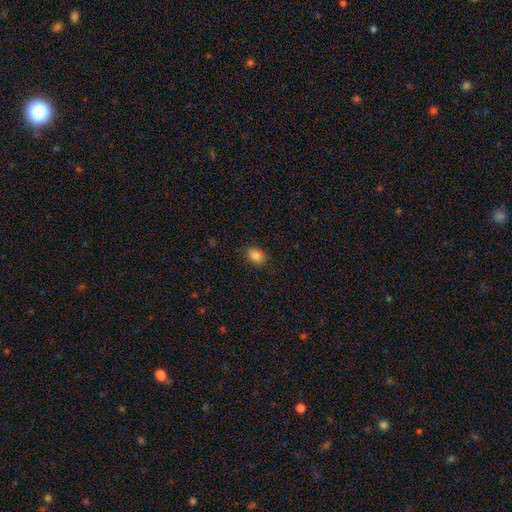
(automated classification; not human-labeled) This appears to be a smooth galaxy with no disk features (82%) that is in between round and cigar-shaped (77%). Merging: none (79%).